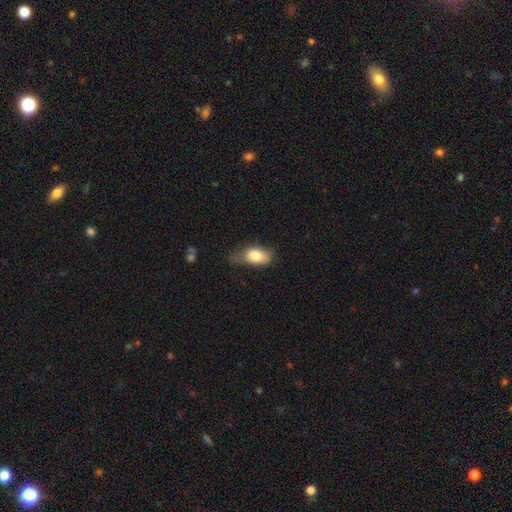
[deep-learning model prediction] This appears to be a smooth galaxy with no disk features (81%) that is in between round and cigar-shaped (88%). Merging: minor disturbance (41%).